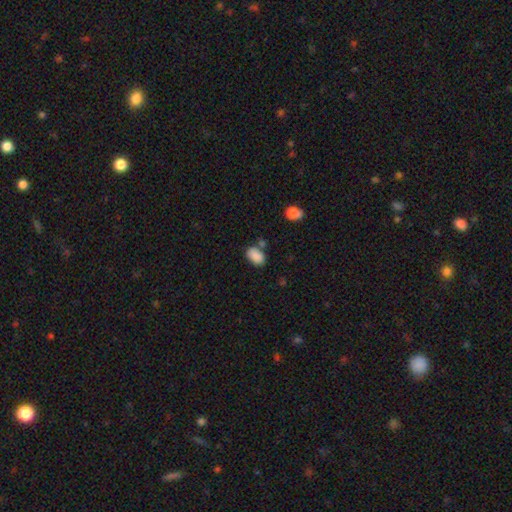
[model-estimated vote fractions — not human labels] Overall: smooth (87%). How rounded: in between (90%). Merging: none (67%).